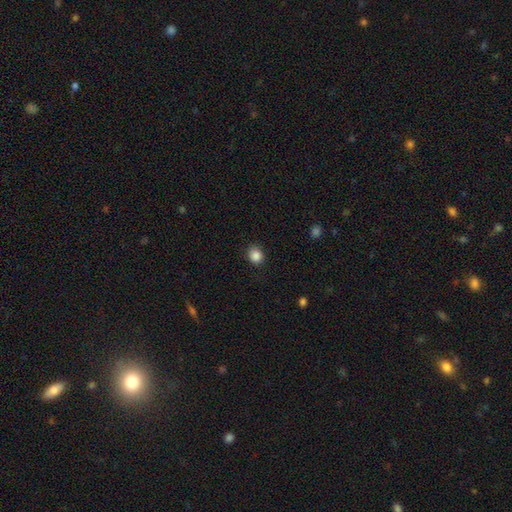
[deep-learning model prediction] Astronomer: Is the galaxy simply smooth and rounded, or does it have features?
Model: smooth — 87%.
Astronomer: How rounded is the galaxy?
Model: round — 75%.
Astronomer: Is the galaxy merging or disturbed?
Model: none — 84%.